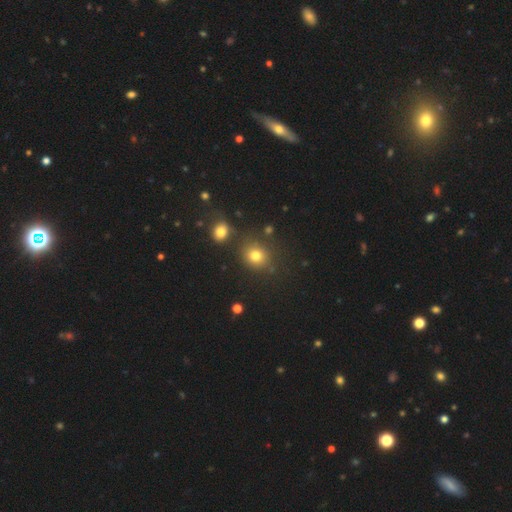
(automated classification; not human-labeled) smooth_or_featured: smooth (p=0.76) [alt: star or artifact p=0.16]
how_rounded: round (p=0.76) [alt: in between p=0.23]
merging: none (p=0.74) [alt: minor disturbance p=0.11]